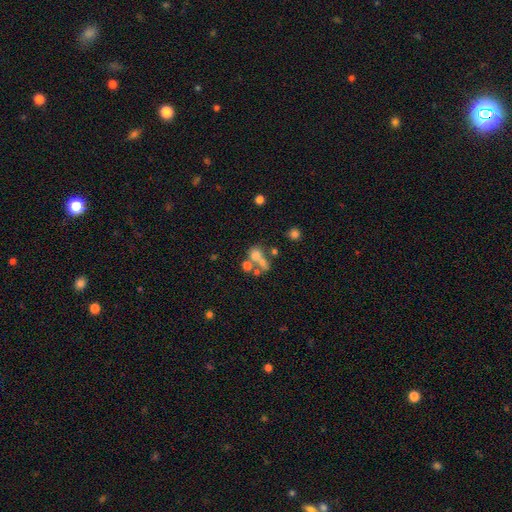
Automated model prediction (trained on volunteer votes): Overall: smooth (59%; featured or disk 23%). How rounded: round (70%). Merging: merger (50%; none 32%).